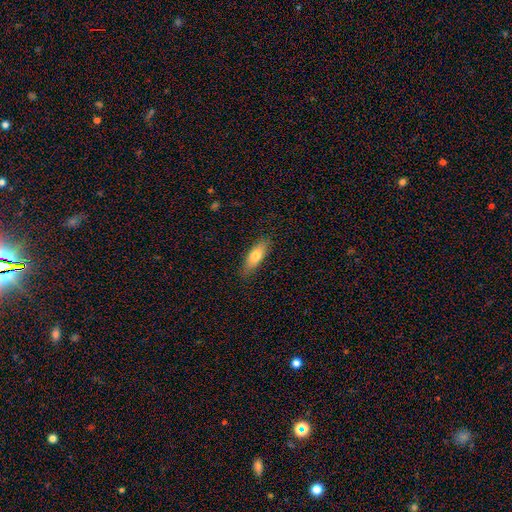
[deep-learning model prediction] The model was most divided on "how rounded": in between: 59%, cigar-shaped: 39%, round: 2%. More confident: merging — none (85%); smooth or featured — smooth (74%).